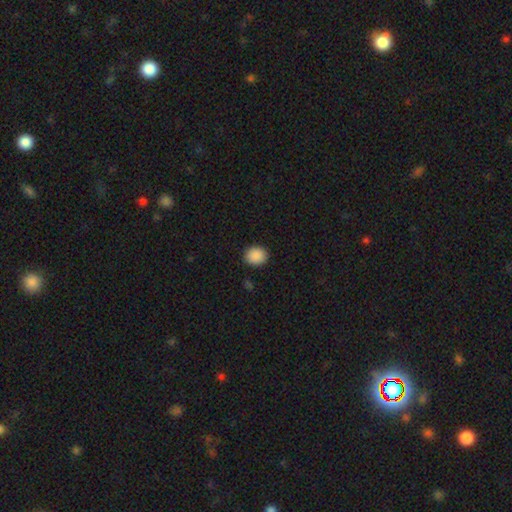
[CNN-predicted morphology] smooth 89%, star or artifact 8%, featured or disk 2%. Down the decision tree: how rounded — round (68%); merging — none (90%).